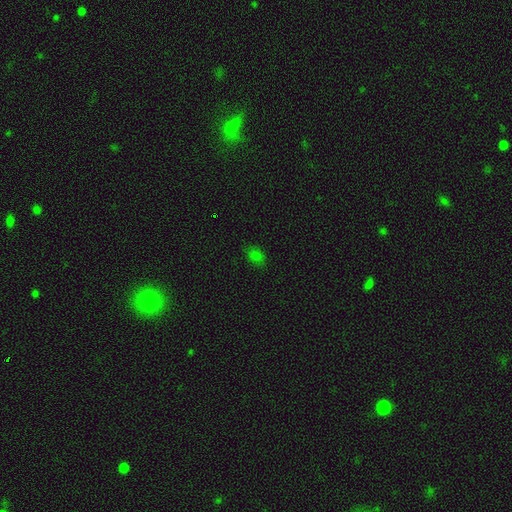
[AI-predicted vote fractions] smooth-or-featured: smooth: 74% | star or artifact: 19% | featured or disk: 6%
  how-rounded: in between: 68% | round: 30% | cigar-shaped: 2%
  merging: none: 81% | minor disturbance: 14% | major disturbance: 3% | merger: 1%